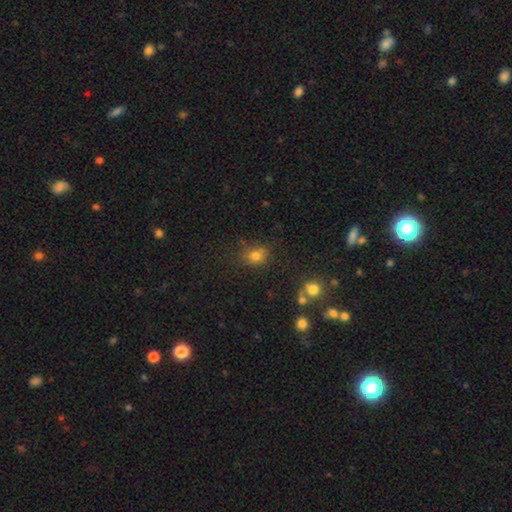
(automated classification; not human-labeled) smooth 76%, star or artifact 15%, featured or disk 8%. Down the decision tree: how rounded — round (65%); merging — none (69%).